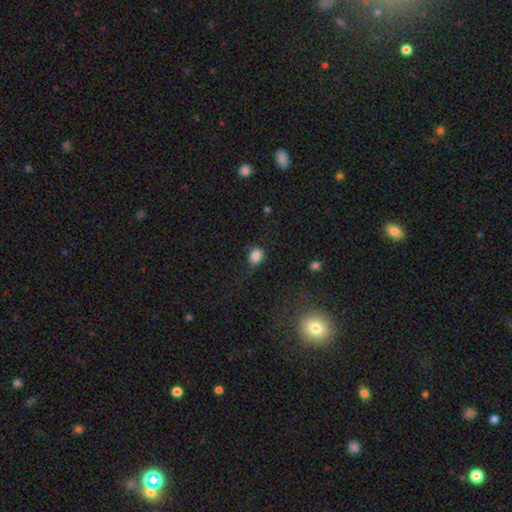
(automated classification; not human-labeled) Smooth or featured? smooth (85%)
How rounded? in between (54%)
Merging? none (65%)